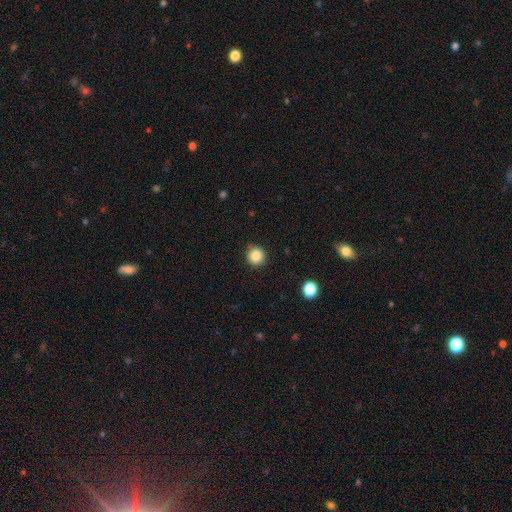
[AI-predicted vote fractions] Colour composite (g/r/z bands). It shows a smooth galaxy with no disk features (86%) that is round (94%). Merging: none (90%).